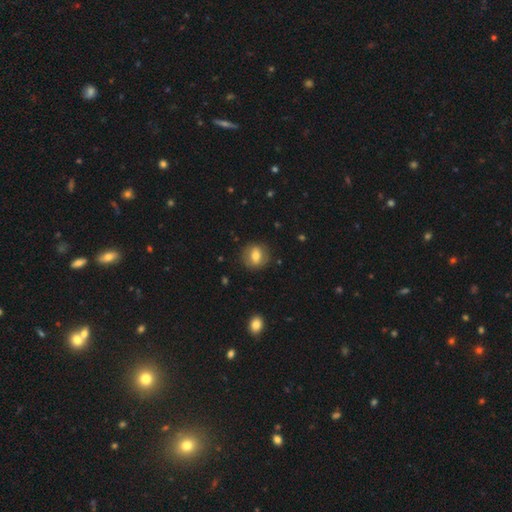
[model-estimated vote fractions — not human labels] Morphology: type=smooth (66%); roundness=round (70%); merging=none (83%).